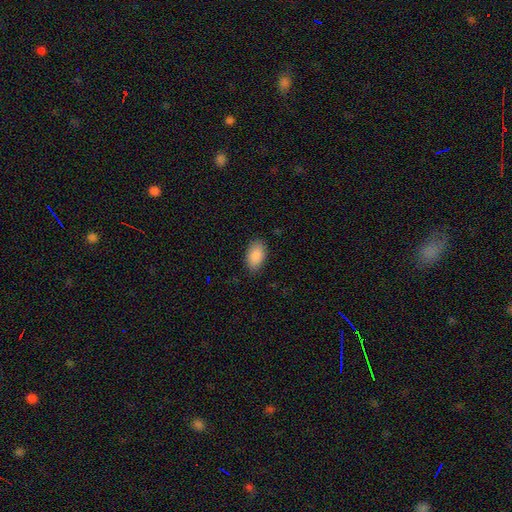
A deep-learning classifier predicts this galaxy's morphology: smooth_or_featured: smooth (p=0.89) [alt: star or artifact p=0.07]
how_rounded: in between (p=0.93) [alt: round p=0.05]
merging: none (p=0.83) [alt: minor disturbance p=0.13]